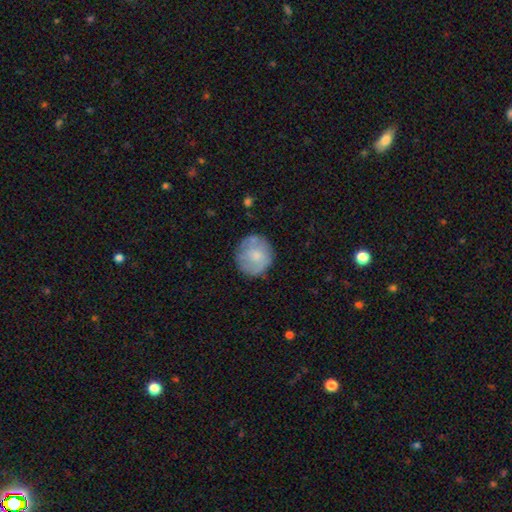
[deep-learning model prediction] Q: Smooth or featured?
A: smooth (68%); runner-up: featured or disk (25%)
Q: How rounded?
A: round (90%); runner-up: in between (9%)
Q: Merging?
A: none (75%); runner-up: minor disturbance (17%)